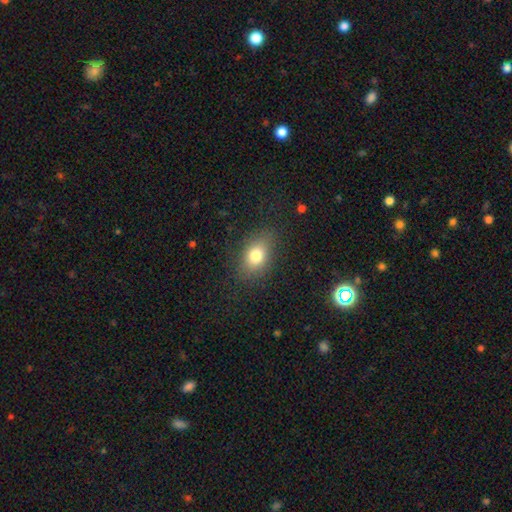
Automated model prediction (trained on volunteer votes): This is likely a smooth galaxy (78%). How rounded: likely in between (74%). Merging: likely none (80%).